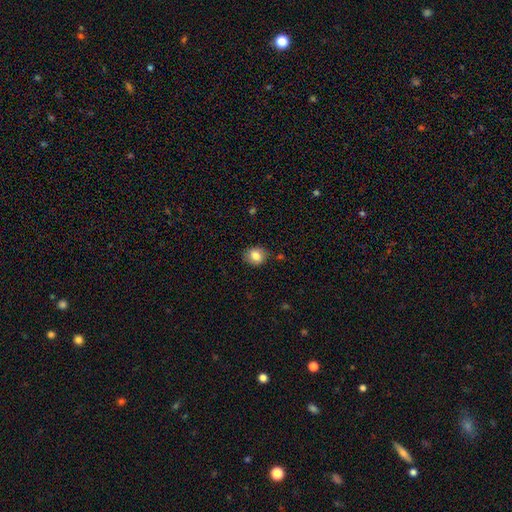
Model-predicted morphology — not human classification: Smooth or featured? Predicted: smooth (p=0.82). How rounded? Predicted: round (p=0.60). Merging? Predicted: none (p=0.82).